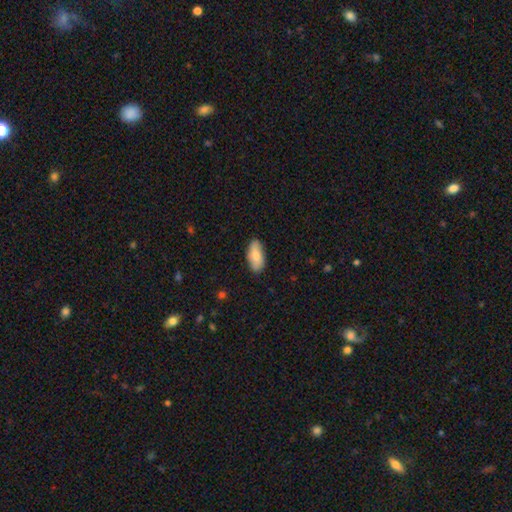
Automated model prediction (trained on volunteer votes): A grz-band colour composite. It shows a smooth galaxy with no disk features (80%) that is in between round and cigar-shaped (89%). Merging: none (85%).